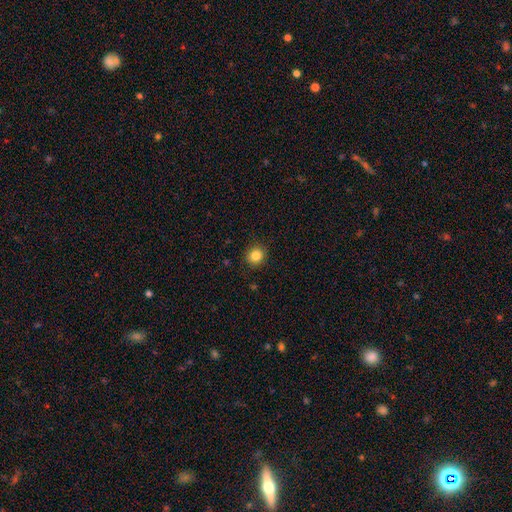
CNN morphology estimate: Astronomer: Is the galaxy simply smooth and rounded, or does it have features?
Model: smooth — 85%.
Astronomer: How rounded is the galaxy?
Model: round — 85%.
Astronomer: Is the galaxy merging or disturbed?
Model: none — 89%.